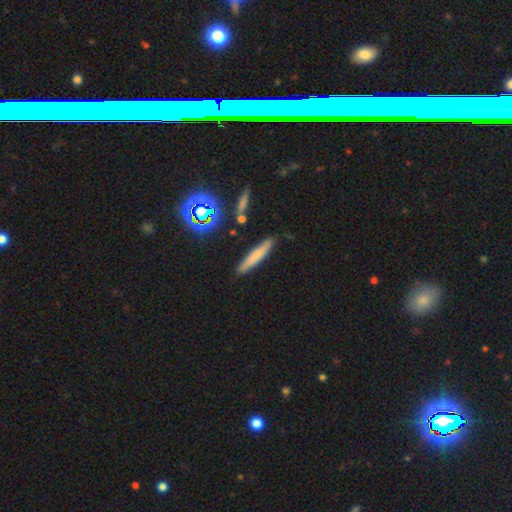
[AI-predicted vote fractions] Smooth or featured: smooth — 66% (featured or disk — 23%)
How rounded: cigar-shaped — 90% (in between — 8%)
Merging: none — 85% (minor disturbance — 10%)